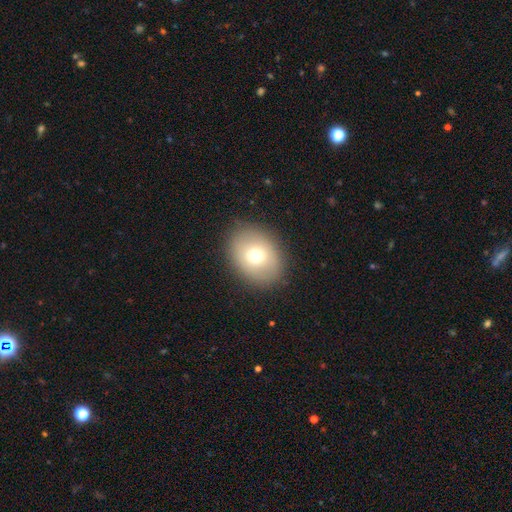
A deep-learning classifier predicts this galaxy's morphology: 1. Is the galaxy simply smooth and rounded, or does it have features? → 70% smooth, 19% featured or disk, 11% star or artifact.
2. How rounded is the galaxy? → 56% in between, 43% round, 1% cigar-shaped.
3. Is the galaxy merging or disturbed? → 86% none, 9% minor disturbance, 3% major disturbance, 1% merger.